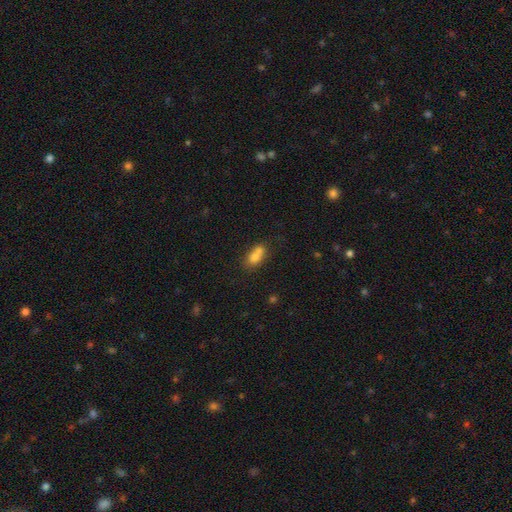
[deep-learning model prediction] Overall: smooth (73%). How rounded: in between (76%). Merging: merger (51%; none 31%).